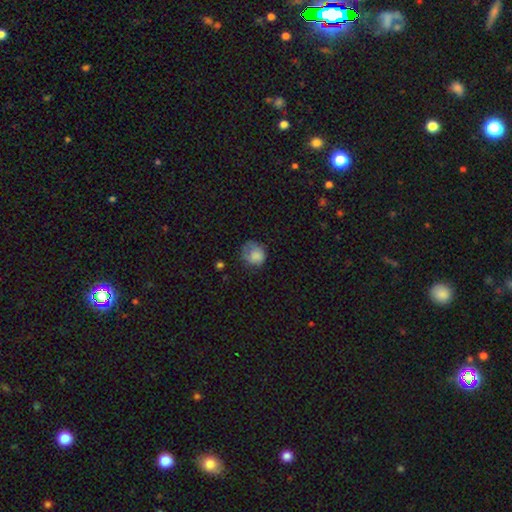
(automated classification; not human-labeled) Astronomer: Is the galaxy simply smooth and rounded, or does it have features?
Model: smooth — 76%.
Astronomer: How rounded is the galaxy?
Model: round — 77%.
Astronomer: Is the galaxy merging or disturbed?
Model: none — 50% (runner-up: minor disturbance, 30%).